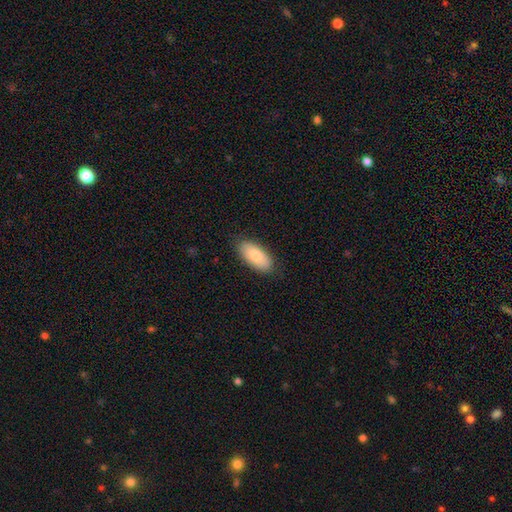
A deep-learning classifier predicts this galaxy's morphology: The model was most divided on "smooth or featured": smooth: 81%, featured or disk: 12%, star or artifact: 6%. More confident: how rounded — in between (91%); merging — none (86%).